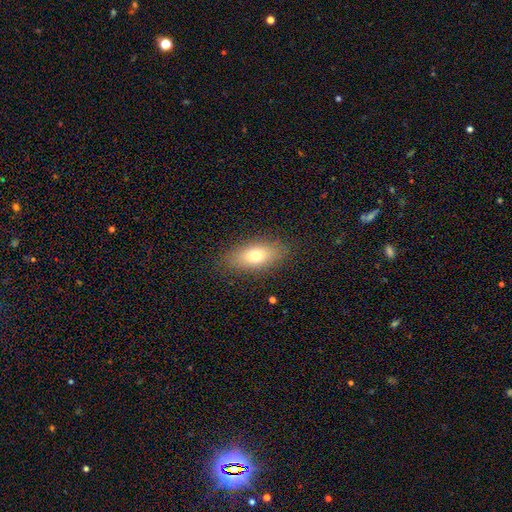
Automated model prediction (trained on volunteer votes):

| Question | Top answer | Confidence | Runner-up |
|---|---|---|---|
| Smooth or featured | smooth | 72% | featured or disk (19%) |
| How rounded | in between | 82% | cigar-shaped (12%) |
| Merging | none | 85% | minor disturbance (10%) |